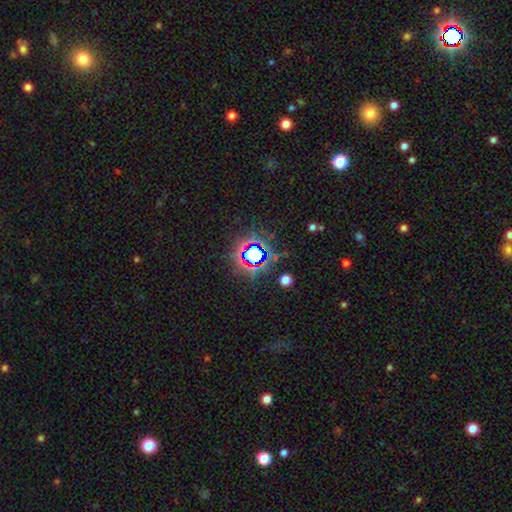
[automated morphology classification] A star or artifact, not a galaxy (72%).

Vote fractions:
- Smooth or featured? star or artifact: 72% / smooth: 18% / featured or disk: 10%